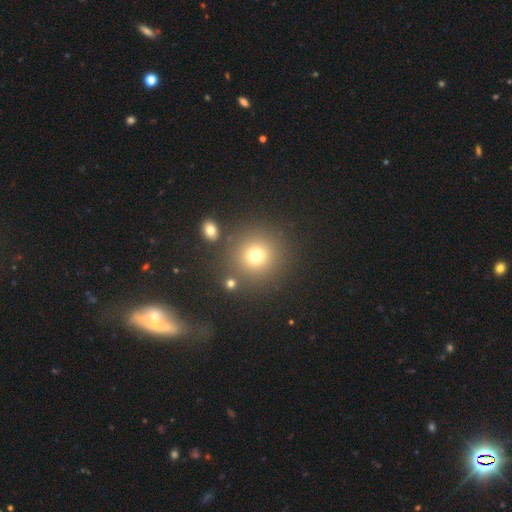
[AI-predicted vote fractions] Smooth or featured? smooth (73%)
How rounded? round (93%)
Merging? none (83%)